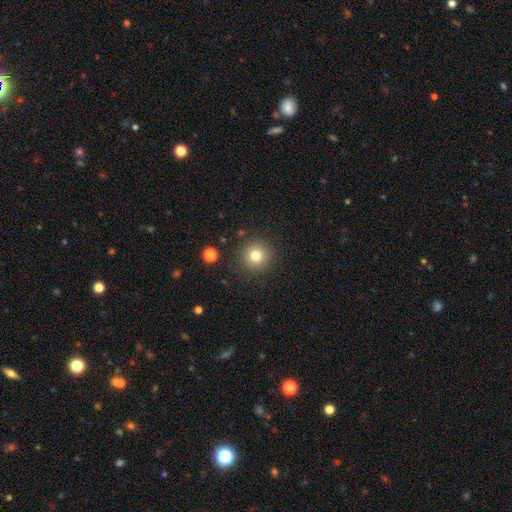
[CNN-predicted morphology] Smooth or featured? Predicted: smooth (p=0.79). How rounded? Predicted: round (p=0.94). Merging? Predicted: none (p=0.88).